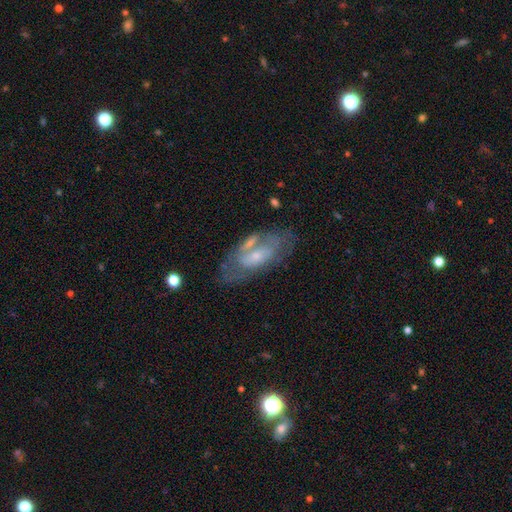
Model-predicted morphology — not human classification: Smooth or featured? Predicted: featured or disk (p=0.64). Edge-on disk? Predicted: no (p=0.88). Bar? Predicted: no (p=0.60). Spiral arms? Predicted: yes (p=0.54). Bulge size? Predicted: small (p=0.59). Merging? Predicted: none (p=0.57).